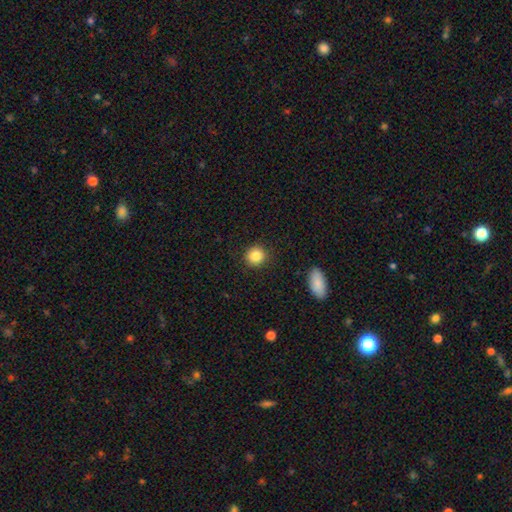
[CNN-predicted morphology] smooth-or-featured: smooth: 85% | star or artifact: 10% | featured or disk: 5%
  how-rounded: round: 88% | in between: 11% | cigar-shaped: 1%
  merging: none: 90% | minor disturbance: 6% | major disturbance: 2% | merger: 1%